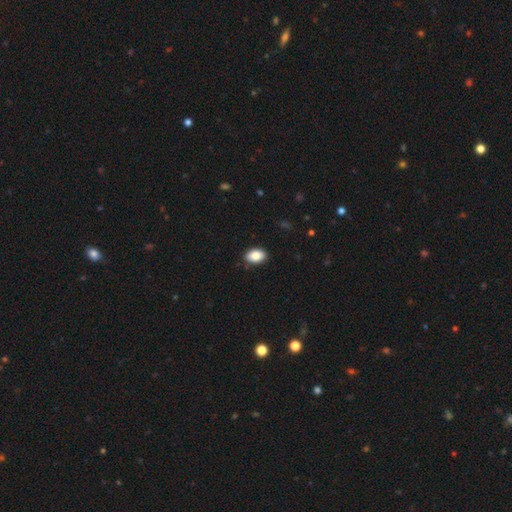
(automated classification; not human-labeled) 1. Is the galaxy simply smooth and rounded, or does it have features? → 85% smooth, 8% star or artifact, 7% featured or disk.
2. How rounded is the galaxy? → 86% in between, 13% round, 1% cigar-shaped.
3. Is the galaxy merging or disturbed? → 88% none, 9% minor disturbance, 2% major disturbance, 1% merger.